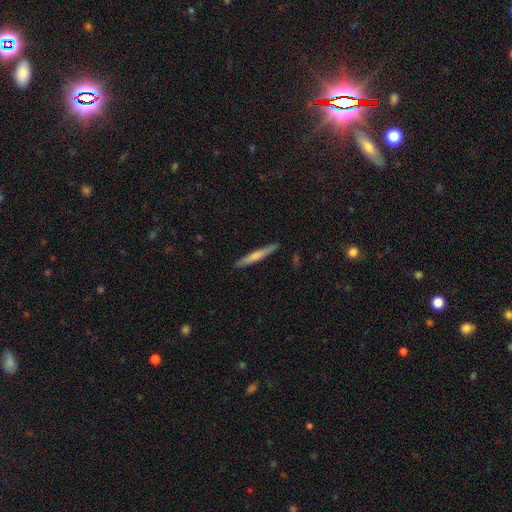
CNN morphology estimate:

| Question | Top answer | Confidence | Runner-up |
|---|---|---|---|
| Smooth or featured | smooth | 60% | featured or disk (35%) |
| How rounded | cigar-shaped | 95% | in between (3%) |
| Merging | none | 90% | minor disturbance (7%) |